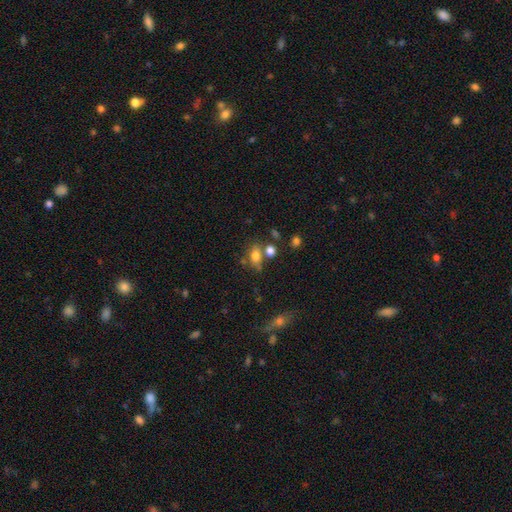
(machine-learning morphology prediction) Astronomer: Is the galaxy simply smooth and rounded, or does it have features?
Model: smooth — 76%.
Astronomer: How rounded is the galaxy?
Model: in between — 76%.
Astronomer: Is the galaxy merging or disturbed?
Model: none — 54%.